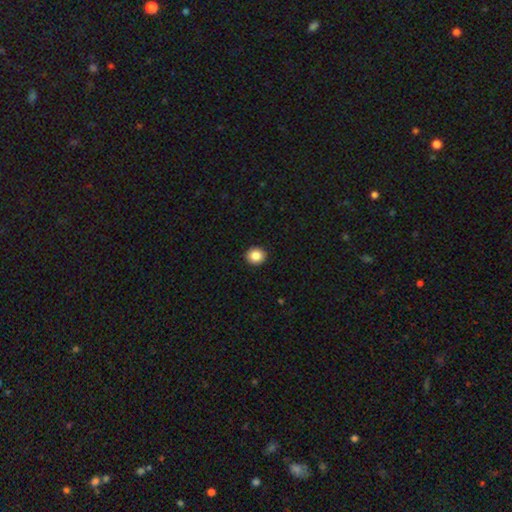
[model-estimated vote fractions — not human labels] A smooth galaxy with no disk features (86%) that is round (85%). Merging: none (93%).